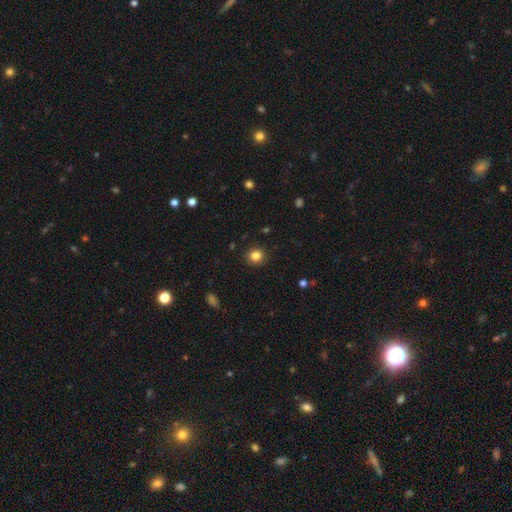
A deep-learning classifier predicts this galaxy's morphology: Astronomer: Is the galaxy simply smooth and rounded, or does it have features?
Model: smooth — 83%.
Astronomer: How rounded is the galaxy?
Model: round — 88%.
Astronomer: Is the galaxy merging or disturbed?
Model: none — 91%.